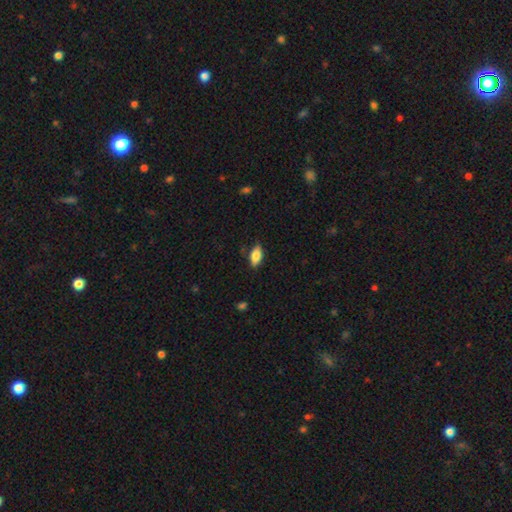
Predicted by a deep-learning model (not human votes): The model was most divided on "smooth or featured": smooth: 79%, featured or disk: 13%, star or artifact: 7%. More confident: how rounded — in between (87%); merging — none (81%).